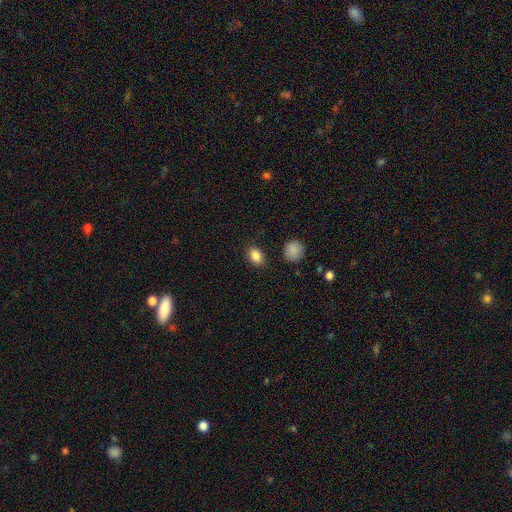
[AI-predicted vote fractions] Overall: smooth (86%). How rounded: in between (70%). Merging: none (84%).